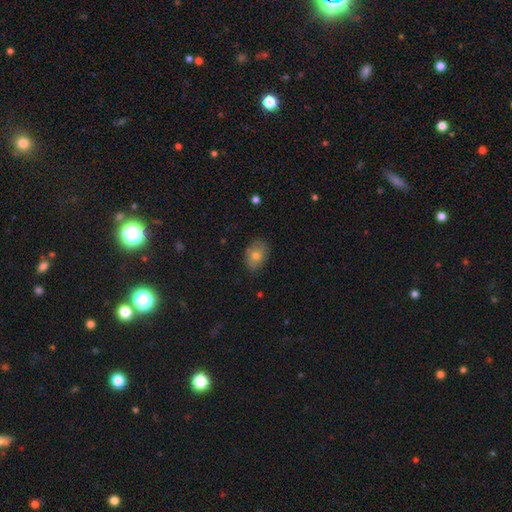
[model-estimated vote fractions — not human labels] Smooth or featured: smooth — 75% (featured or disk — 16%)
How rounded: in between — 75% (round — 24%)
Merging: none — 79% (minor disturbance — 17%)